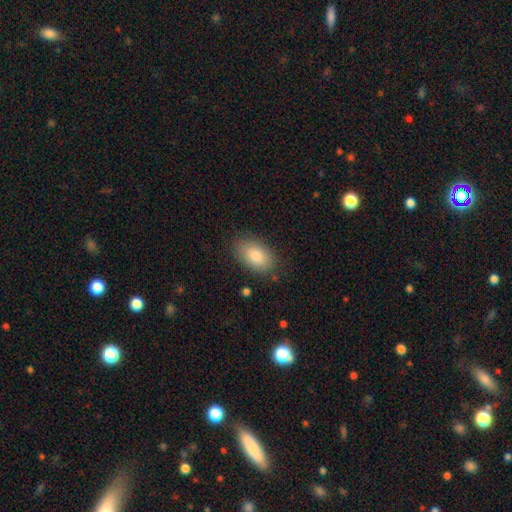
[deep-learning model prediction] This appears to be a smooth galaxy with no disk features (83%) that is in between round and cigar-shaped (92%). Merging: none (84%).